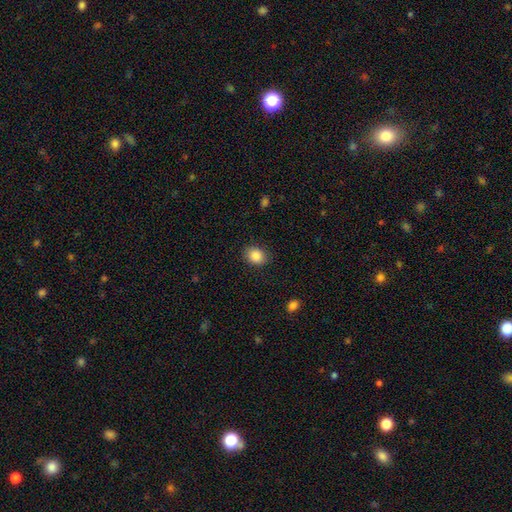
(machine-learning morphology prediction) Smooth or featured? smooth (87%)
How rounded? in between (50%)
Merging? none (85%)